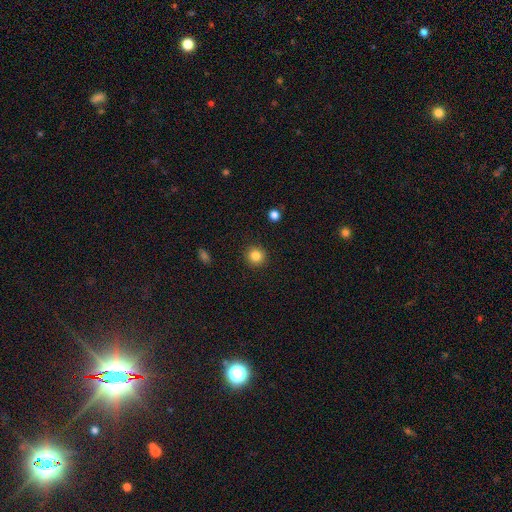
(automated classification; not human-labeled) Overall: smooth (84%). How rounded: round (93%). Merging: none (92%).